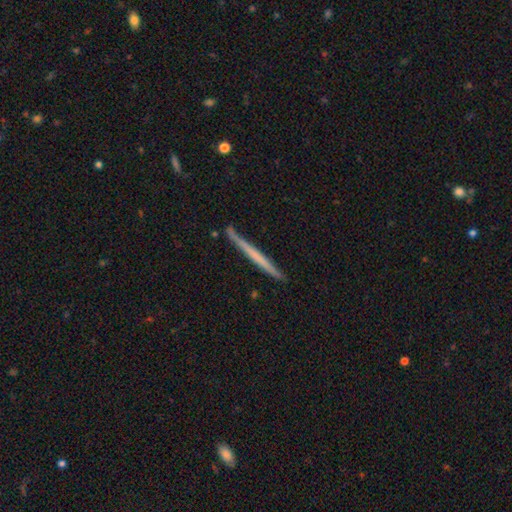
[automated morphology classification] smooth-or-featured: smooth: 49% | featured or disk: 46% | star or artifact: 5%
  merging: none: 88% | minor disturbance: 9% | merger: 2% | major disturbance: 1%